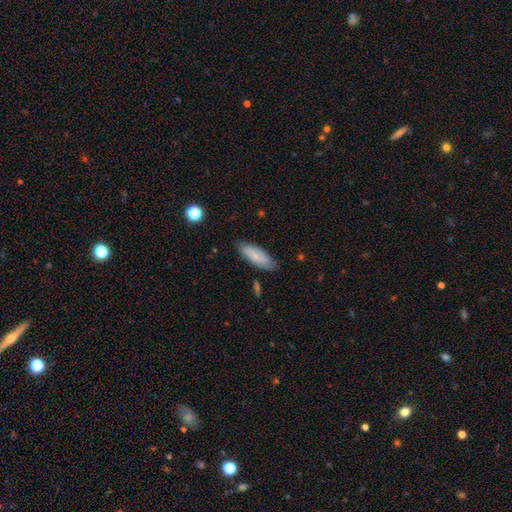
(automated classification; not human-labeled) Smooth or featured? Predicted: smooth (p=0.73). How rounded? Predicted: in between (p=0.74). Merging? Predicted: none (p=0.76).